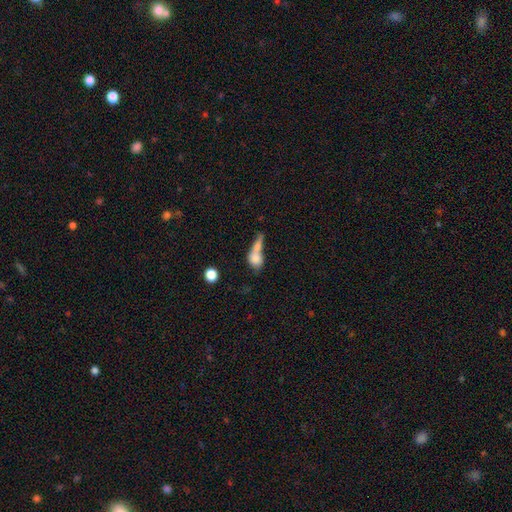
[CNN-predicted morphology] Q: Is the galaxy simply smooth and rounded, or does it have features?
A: smooth — 71%.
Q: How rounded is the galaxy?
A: in between — 51%.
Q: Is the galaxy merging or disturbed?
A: merger — 55%.